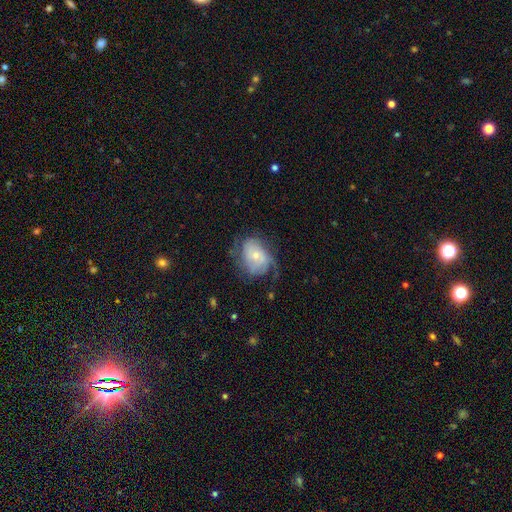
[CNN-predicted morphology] Smooth or featured?
  - featured or disk: 62% *
  - smooth: 30%
  - star or artifact: 8%
Edge-on disk?
  - no: 97% *
  - yes: 3%
Bar?
  - no: 76% *
  - weak: 20%
  - strong: 4%
Spiral arms?
  - yes: 83% *
  - no: 17%
Spiral winding?
  - tight: 38% *
  - medium: 36%
  - loose: 25%
Spiral arm count?
  - can't tell: 37% *
  - 2: 28%
  - 3: 15%
  - 1: 9%
  - 4: 6%
  - more than 4: 4%
Bulge size?
  - small: 63% *
  - moderate: 31%
  - large: 3%
  - none: 2%
  - dominant: 1%
Merging?
  - none: 49% *
  - minor disturbance: 26%
  - major disturbance: 24%
  - merger: 2%